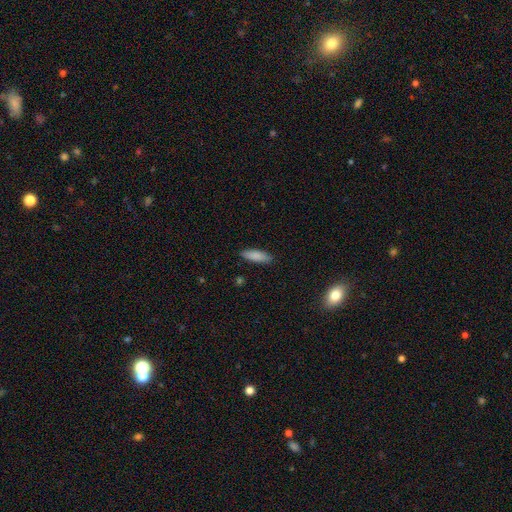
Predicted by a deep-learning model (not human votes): Morphology: type=smooth (86%); roundness=in between (50%); merging=none (88%).